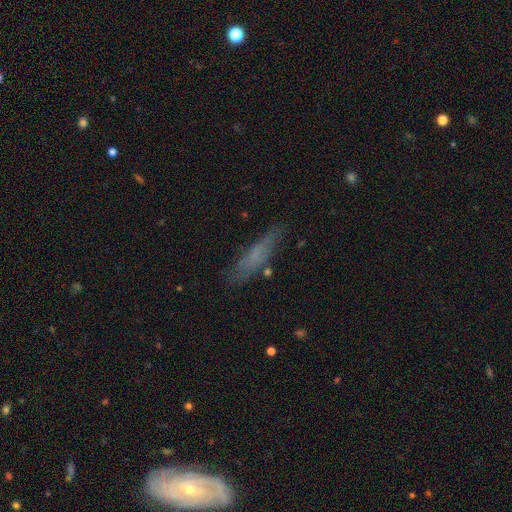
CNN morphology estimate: Smooth or featured? smooth (57%)
How rounded? cigar-shaped (76%)
Merging? none (69%)